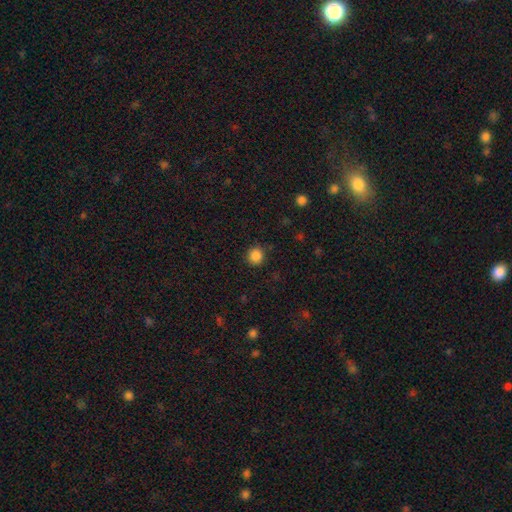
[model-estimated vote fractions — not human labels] Smooth or featured? Predicted: smooth (p=0.86). How rounded? Predicted: round (p=0.92). Merging? Predicted: none (p=0.89).